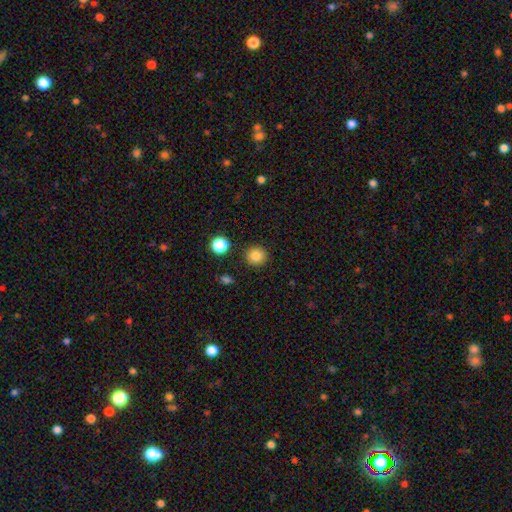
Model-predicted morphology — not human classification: This is clearly a smooth galaxy (84%). How rounded: clearly round (92%). Merging: clearly none (90%).